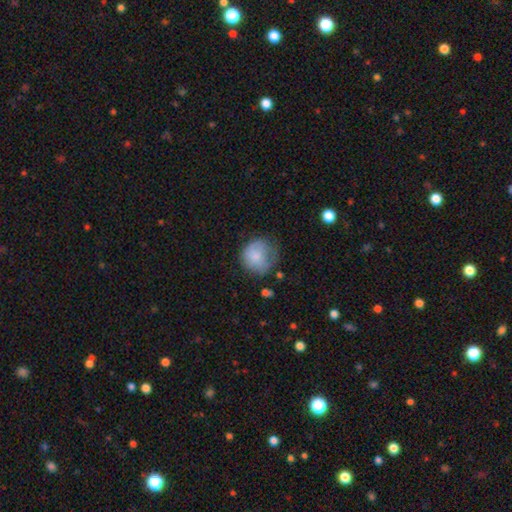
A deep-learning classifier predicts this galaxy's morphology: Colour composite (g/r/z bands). It shows a smooth galaxy with no disk features (75%) that is round (84%). Merging: none (47%).